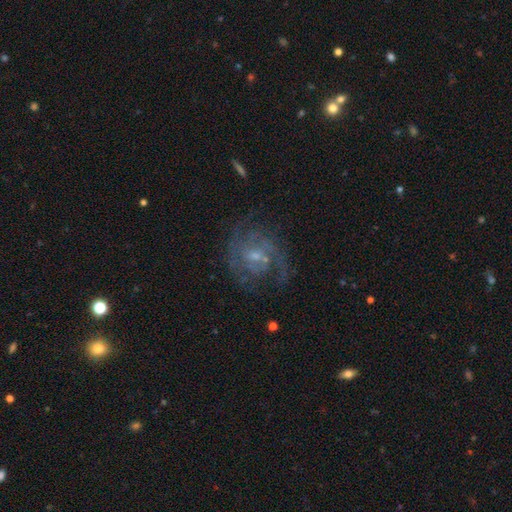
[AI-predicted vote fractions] featured or disk 78%, smooth 12%, star or artifact 9%. Down the decision tree: edge-on disk — no (98%); bar — no (50%); spiral arms — yes (88%); spiral arm count — 2 (35%); spiral winding — medium (44%); bulge size — small (60%); merging — none (64%).